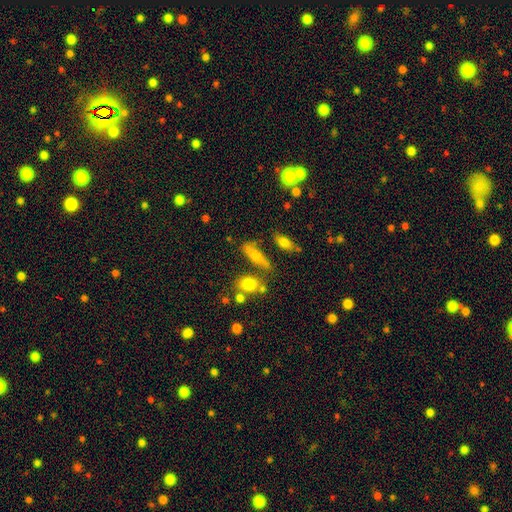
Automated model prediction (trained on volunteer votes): A smooth galaxy with no disk features (68%) that is cigar-shaped (50%). Merging: none (58%).